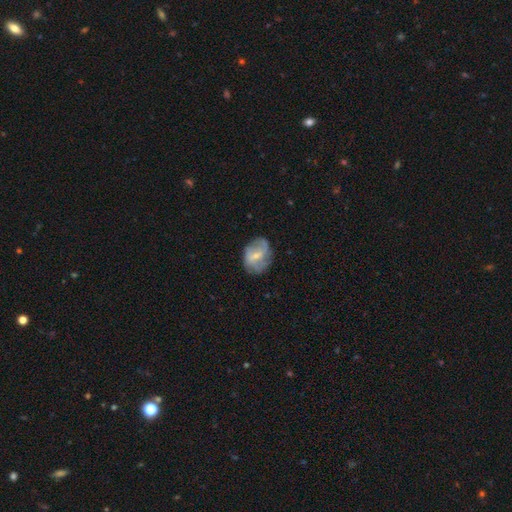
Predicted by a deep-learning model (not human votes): smooth-or-featured: featured or disk: 61% | smooth: 32% | star or artifact: 8%
  disk-edge-on: no: 97% | yes: 3%
    bar: weak: 53% | no: 32% | strong: 15%
    has-spiral-arms: yes: 74% | no: 26%
    bulge-size: small: 58% | moderate: 32% | none: 7% | large: 2% | dominant: 1%
  merging: none: 63% | minor disturbance: 24% | major disturbance: 11% | merger: 2%